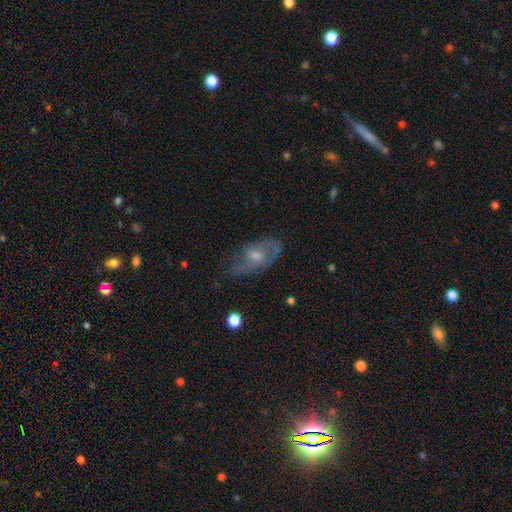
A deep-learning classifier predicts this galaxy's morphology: featured or disk 64%, smooth 26%, star or artifact 9%. Down the decision tree: edge-on disk — no (92%); bar — no (63%); spiral arms — yes (72%); bulge size — moderate (56%); merging — none (58%).